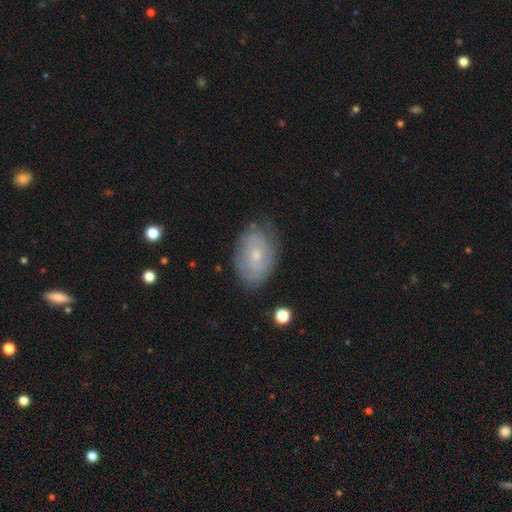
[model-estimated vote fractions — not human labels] Q: Smooth or featured?
A: featured or disk (59%); runner-up: smooth (33%)
Q: Edge-on disk?
A: no (94%); runner-up: yes (6%)
Q: Bar?
A: no (73%); runner-up: weak (23%)
Q: Spiral arms?
A: yes (76%); runner-up: no (24%)
Q: Bulge size?
A: small (70%); runner-up: moderate (25%)
Q: Merging?
A: none (73%); runner-up: minor disturbance (20%)